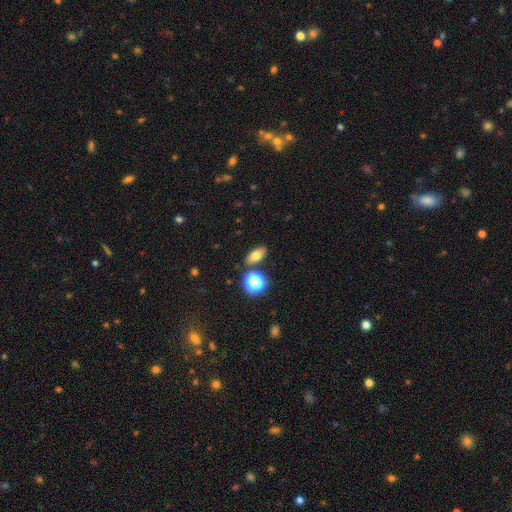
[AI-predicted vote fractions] Smooth or featured? smooth (70%)
How rounded? in between (78%)
Merging? none (81%)